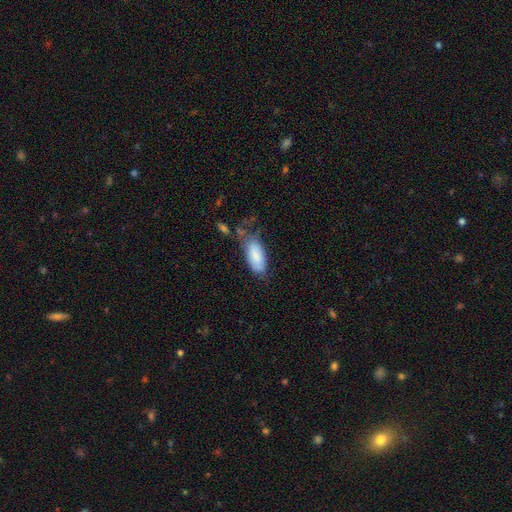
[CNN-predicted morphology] smooth_or_featured: smooth (p=0.81) [alt: featured or disk p=0.13]
how_rounded: in between (p=0.88) [alt: cigar-shaped p=0.10]
merging: none (p=0.44) [alt: minor disturbance p=0.33]